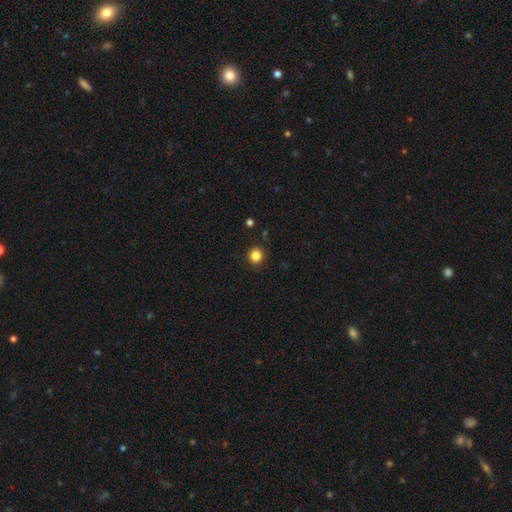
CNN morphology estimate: A smooth galaxy with no disk features (84%) that is round (94%). Merging: none (92%).